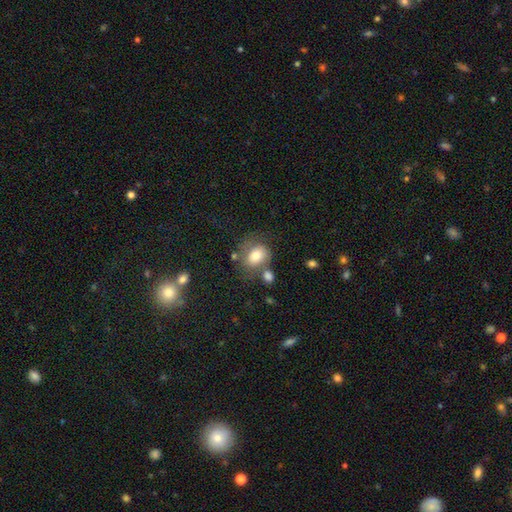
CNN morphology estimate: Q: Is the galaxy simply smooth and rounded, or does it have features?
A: smooth — 72%.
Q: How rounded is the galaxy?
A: in between — 54%.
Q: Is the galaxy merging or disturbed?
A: none — 52%.